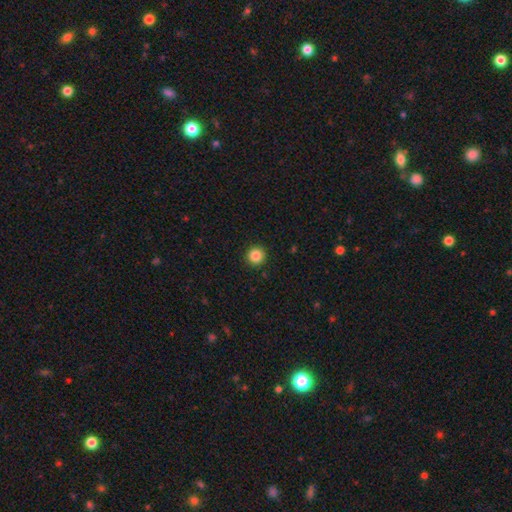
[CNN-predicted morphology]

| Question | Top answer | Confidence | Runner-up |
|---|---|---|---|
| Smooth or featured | smooth | 86% | star or artifact (10%) |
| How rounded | round | 96% | in between (3%) |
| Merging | none | 93% | minor disturbance (4%) |